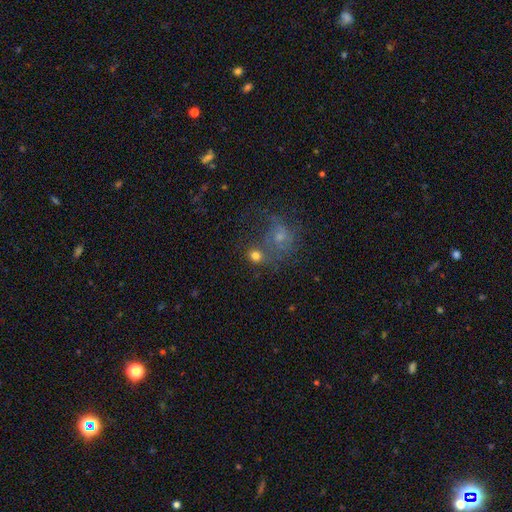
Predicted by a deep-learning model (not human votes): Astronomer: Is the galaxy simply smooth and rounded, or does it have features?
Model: smooth — 72%.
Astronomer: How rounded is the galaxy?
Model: round — 76%.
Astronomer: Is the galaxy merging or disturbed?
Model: none — 55%.